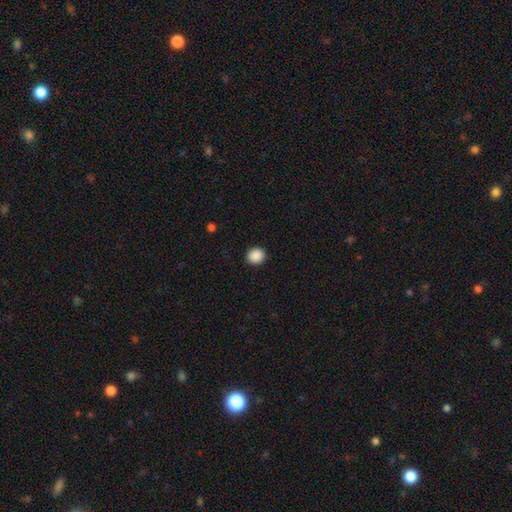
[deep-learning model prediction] A smooth galaxy with no disk features (89%) that is round (88%).

Vote fractions:
- Smooth or featured? smooth: 89% / star or artifact: 9% / featured or disk: 2%
- How rounded? round: 88% / in between: 11% / cigar-shaped: 1%
- Merging? none: 92% / minor disturbance: 5% / major disturbance: 2% / merger: 1%